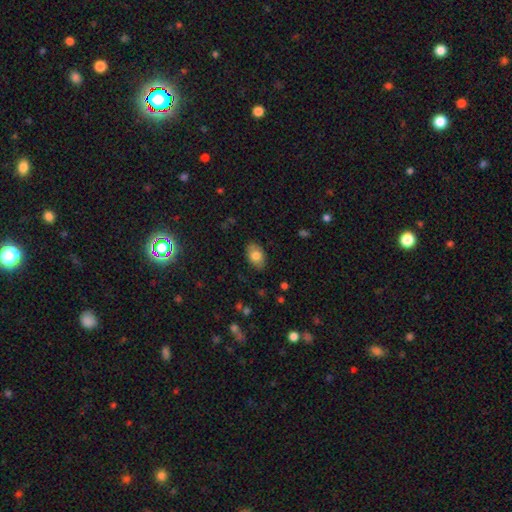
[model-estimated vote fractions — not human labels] A smooth galaxy with no disk features (78%) that is in between round and cigar-shaped (88%).

Vote fractions:
- Smooth or featured? smooth: 78% / featured or disk: 14% / star or artifact: 7%
- How rounded? in between: 88% / round: 11% / cigar-shaped: 1%
- Merging? none: 85% / minor disturbance: 12% / major disturbance: 2% / merger: 1%